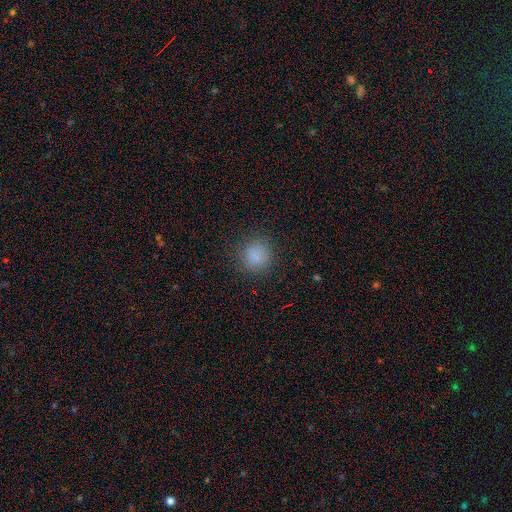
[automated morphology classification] Overall: smooth (85%). How rounded: round (90%). Merging: none (87%).